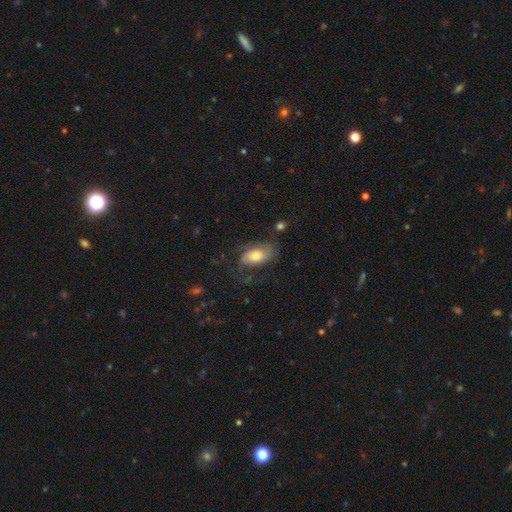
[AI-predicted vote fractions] Smooth or featured?
  - featured or disk: 46% * (tied)
  - smooth: 46% * (tied)
  - star or artifact: 8%
Merging?
  - none: 55% *
  - minor disturbance: 24%
  - major disturbance: 19%
  - merger: 2%